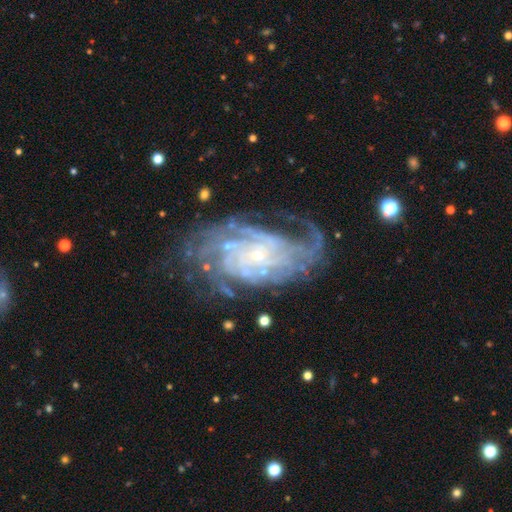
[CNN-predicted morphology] smooth-or-featured: featured or disk: 88% | star or artifact: 6% | smooth: 5%
  disk-edge-on: no: 96% | yes: 4%
    bar: no: 74% | weak: 21% | strong: 6%
    has-spiral-arms: yes: 96% | no: 4%
      spiral-winding: tight: 61% | medium: 30% | loose: 9%
      spiral-arm-count: can't tell: 27% | 4: 21% | more than 4: 20% | 3: 13% | 2: 11% | 1: 7%
    bulge-size: small: 85% | moderate: 9% | none: 4% | large: 1% | dominant: 1%
  merging: none: 62% | minor disturbance: 20% | major disturbance: 15% | merger: 3%